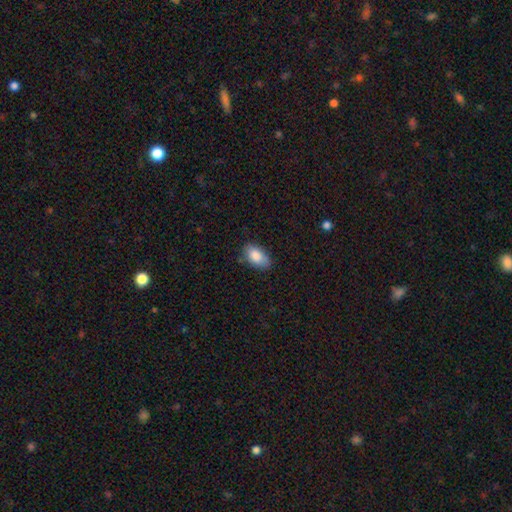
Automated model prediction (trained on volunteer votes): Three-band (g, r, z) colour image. It shows a smooth galaxy with no disk features (86%) that is in between round and cigar-shaped (93%). Merging: none (73%).